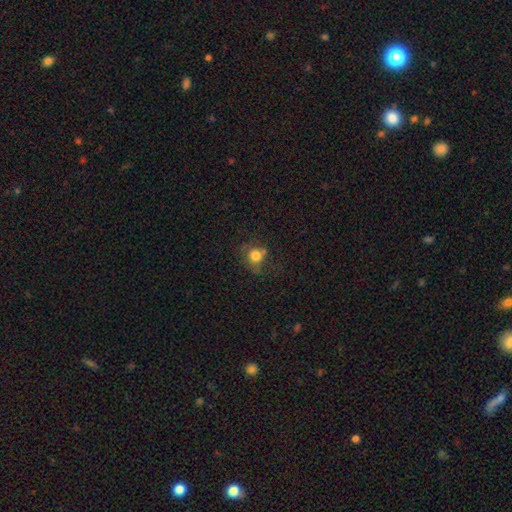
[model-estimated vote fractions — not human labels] Morphology: type=smooth (77%); roundness=round (79%); merging=none (59%).